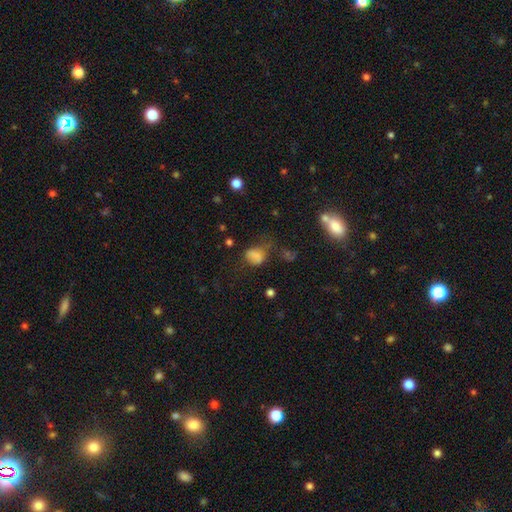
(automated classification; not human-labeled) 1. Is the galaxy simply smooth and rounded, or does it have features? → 72% smooth, 17% star or artifact, 11% featured or disk.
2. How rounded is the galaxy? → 65% in between, 33% round, 2% cigar-shaped.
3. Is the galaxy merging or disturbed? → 37% none, 28% minor disturbance, 28% major disturbance, 7% merger.